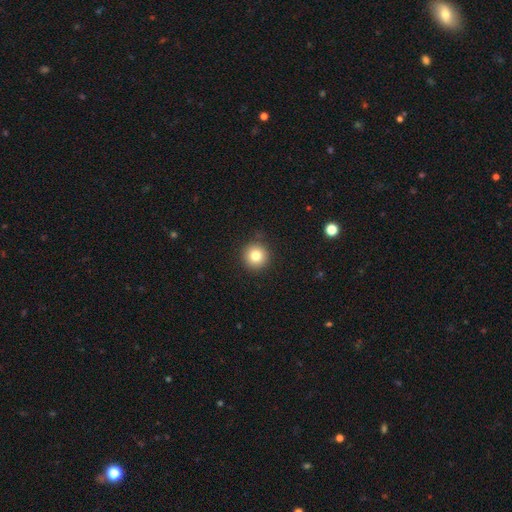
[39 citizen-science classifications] Morphology: type=smooth (87%); roundness=round (100%); merging=none (86%).